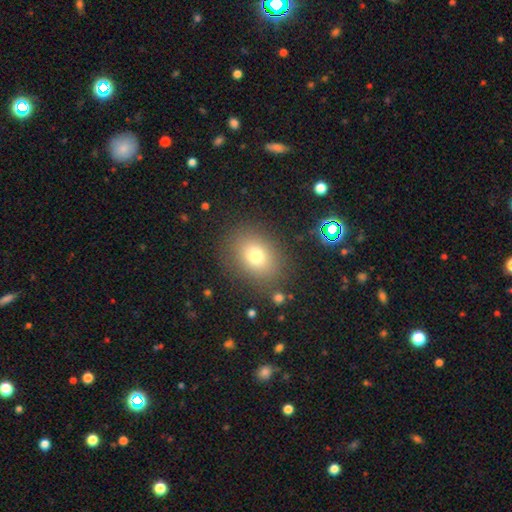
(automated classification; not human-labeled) Smooth or featured?
  - smooth: 74% *
  - star or artifact: 15%
  - featured or disk: 11%
How rounded?
  - in between: 51% *
  - round: 48%
  - cigar-shaped: 1%
Merging?
  - none: 83% *
  - minor disturbance: 10%
  - major disturbance: 5%
  - merger: 2%